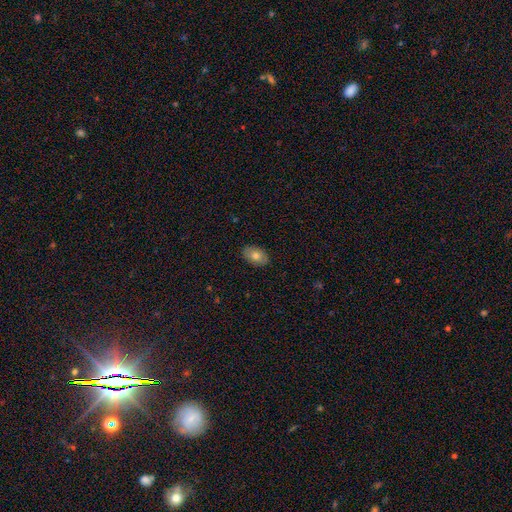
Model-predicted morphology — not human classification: Smooth or featured?
  - smooth: 76% *
  - featured or disk: 16%
  - star or artifact: 8%
How rounded?
  - in between: 89% *
  - round: 9%
  - cigar-shaped: 1%
Merging?
  - none: 88% *
  - minor disturbance: 9%
  - major disturbance: 2%
  - merger: 1%